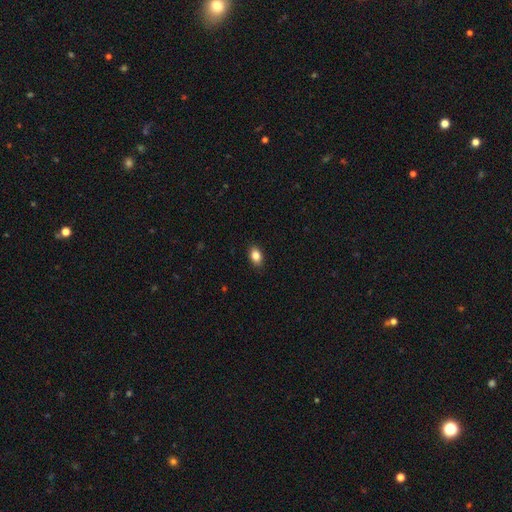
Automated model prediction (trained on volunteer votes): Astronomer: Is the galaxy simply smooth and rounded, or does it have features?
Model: smooth — 85%.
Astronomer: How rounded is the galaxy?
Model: in between — 85%.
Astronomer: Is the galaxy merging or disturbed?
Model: none — 88%.